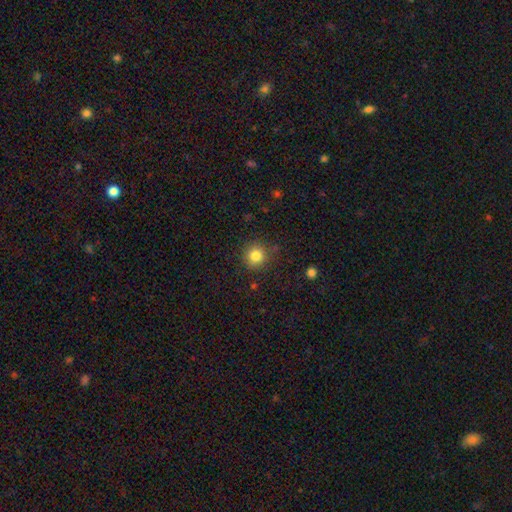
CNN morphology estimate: type=smooth (83%); roundness=round (93%); merging=none (87%).